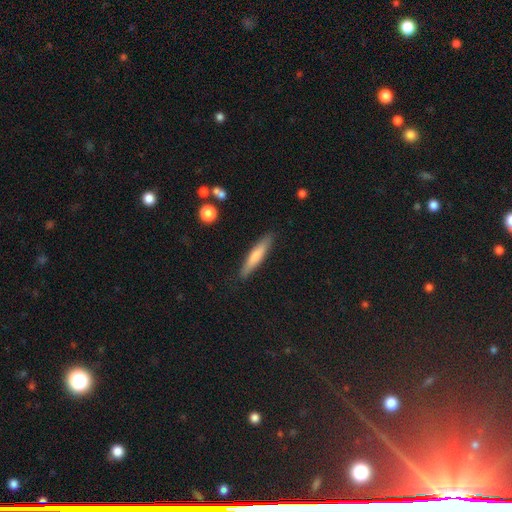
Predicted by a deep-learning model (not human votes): A smooth galaxy with no disk features (70%) that is cigar-shaped (87%). Merging: none (87%).